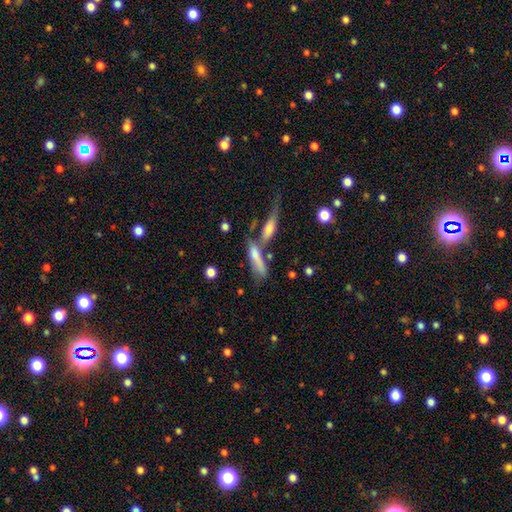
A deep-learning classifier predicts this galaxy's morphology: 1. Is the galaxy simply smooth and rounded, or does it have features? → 62% smooth, 30% featured or disk, 8% star or artifact.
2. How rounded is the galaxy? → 64% cigar-shaped, 33% in between, 3% round.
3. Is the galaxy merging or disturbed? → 46% merger, 30% none, 14% minor disturbance, 10% major disturbance.